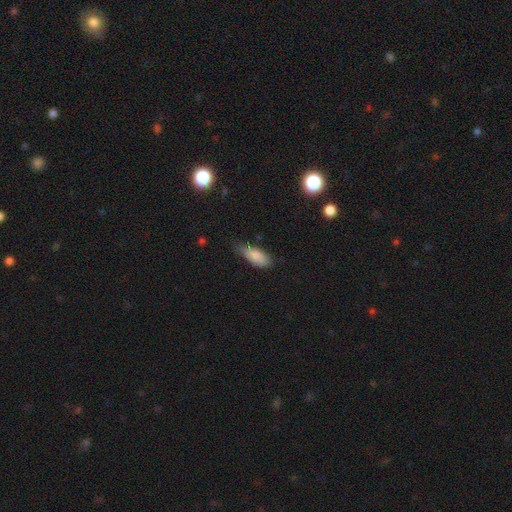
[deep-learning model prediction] Smooth or featured? smooth (84%)
How rounded? in between (82%)
Merging? none (54%)